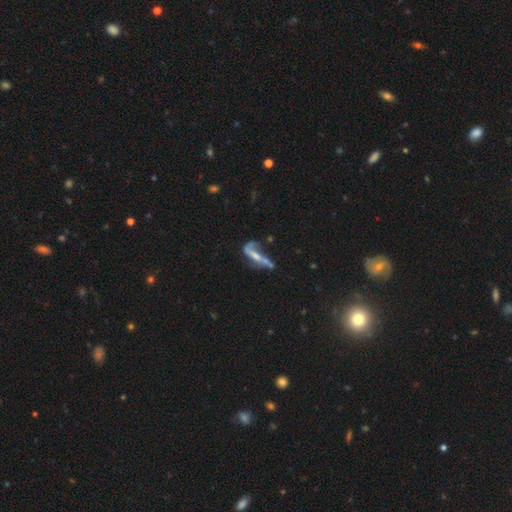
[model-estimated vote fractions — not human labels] Smooth or featured: featured or disk — 60% (smooth — 30%)
Edge-on disk: no — 71% (yes — 29%)
Merging: major disturbance — 33% (none — 27%)